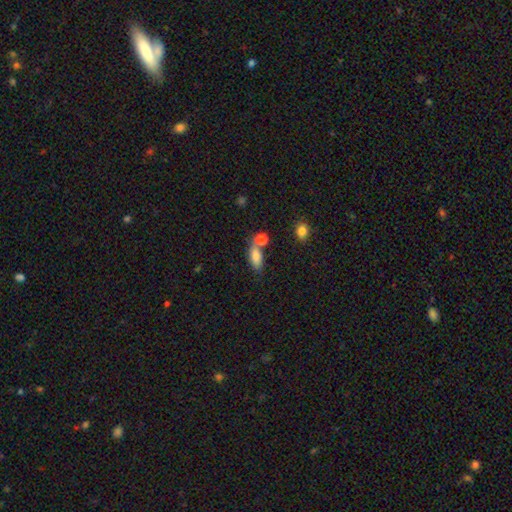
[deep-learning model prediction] Q: Smooth or featured?
A: smooth (81%); runner-up: featured or disk (10%)
Q: How rounded?
A: in between (77%); runner-up: cigar-shaped (16%)
Q: Merging?
A: none (53%); runner-up: merger (26%)